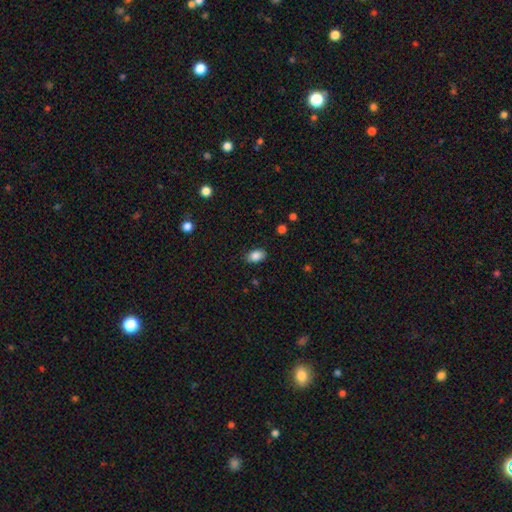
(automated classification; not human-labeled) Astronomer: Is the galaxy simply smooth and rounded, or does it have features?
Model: smooth — 86%.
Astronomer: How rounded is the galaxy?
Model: in between — 88%.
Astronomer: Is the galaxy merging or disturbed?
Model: none — 85%.